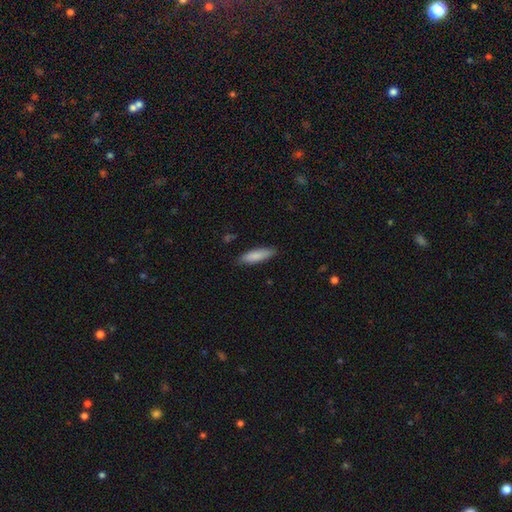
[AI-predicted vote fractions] Smooth or featured? smooth (84%)
How rounded? cigar-shaped (56%)
Merging? none (83%)